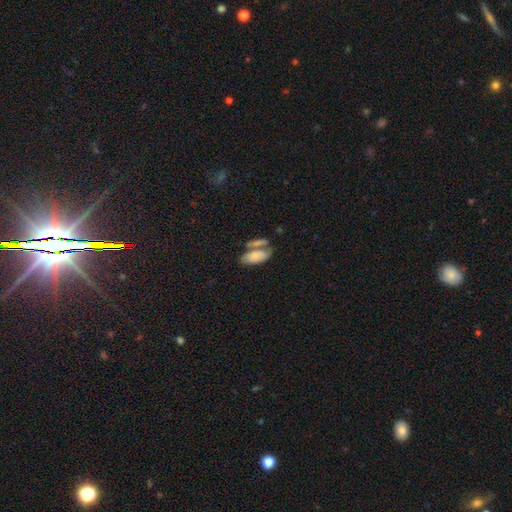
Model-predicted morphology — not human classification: Smooth or featured? Predicted: smooth (p=0.72). How rounded? Predicted: in between (p=0.88). Merging? Predicted: merger (p=0.39).